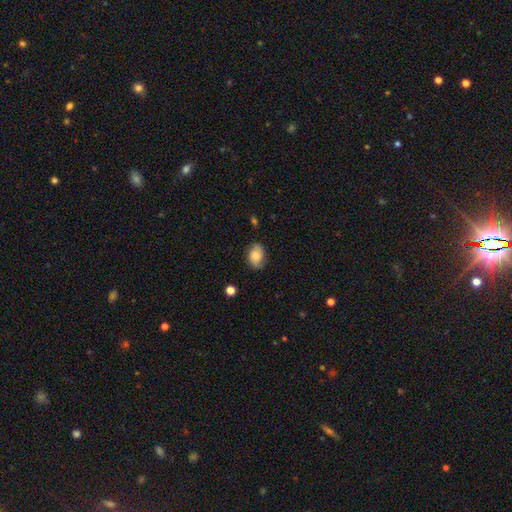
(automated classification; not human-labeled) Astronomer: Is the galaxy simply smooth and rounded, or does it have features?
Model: smooth — 75%.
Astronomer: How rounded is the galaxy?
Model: in between — 80%.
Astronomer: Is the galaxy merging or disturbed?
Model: none — 74%.